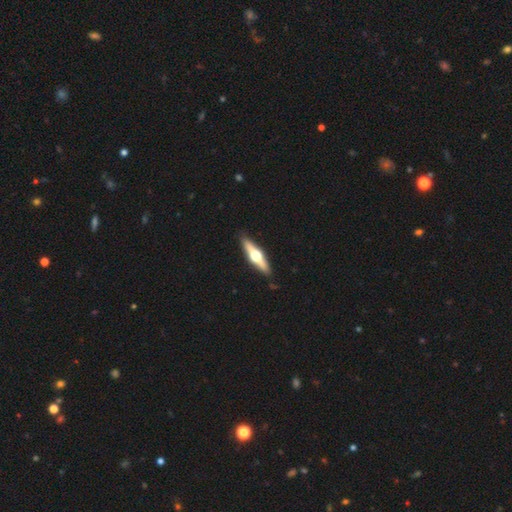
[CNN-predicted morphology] This appears to be a featured or disk galaxy (69%) viewed edge-on (96%) with a rounded central bulge (96%). Merging: none (91%).